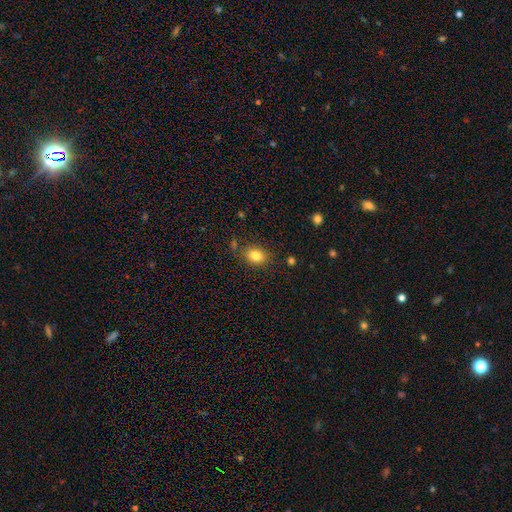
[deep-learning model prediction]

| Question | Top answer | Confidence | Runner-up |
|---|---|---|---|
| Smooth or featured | smooth | 83% | star or artifact (10%) |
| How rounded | in between | 59% | round (41%) |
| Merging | none | 82% | minor disturbance (12%) |